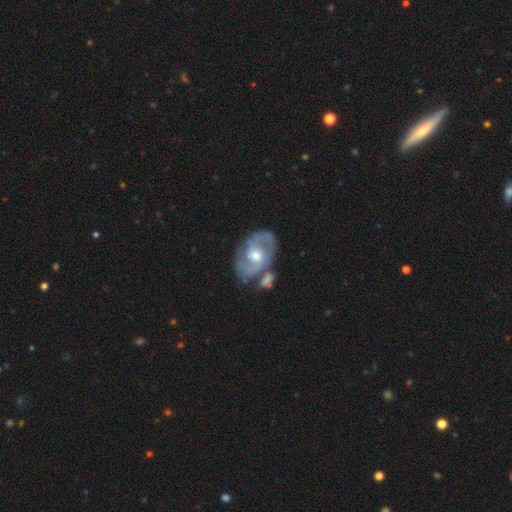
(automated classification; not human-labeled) featured or disk 81%, smooth 12%, star or artifact 6%. Down the decision tree: edge-on disk — no (96%); bar — no (46%); spiral arms — yes (89%); spiral arm count — 2 (75%); spiral winding — medium (49%); bulge size — moderate (71%); merging — none (58%).